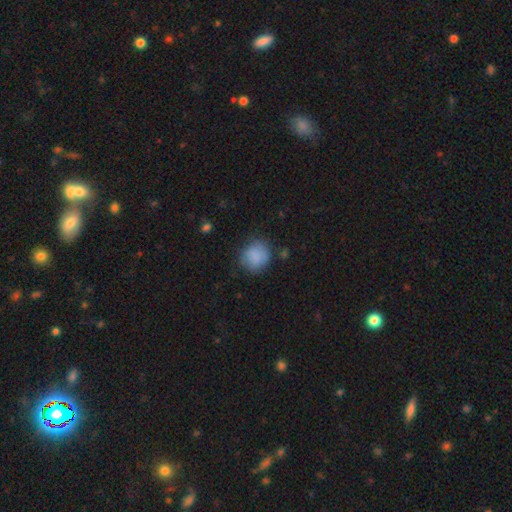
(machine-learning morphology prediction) Q: Smooth or featured?
A: smooth (83%); runner-up: featured or disk (9%)
Q: How rounded?
A: round (75%); runner-up: in between (24%)
Q: Merging?
A: none (69%); runner-up: minor disturbance (21%)